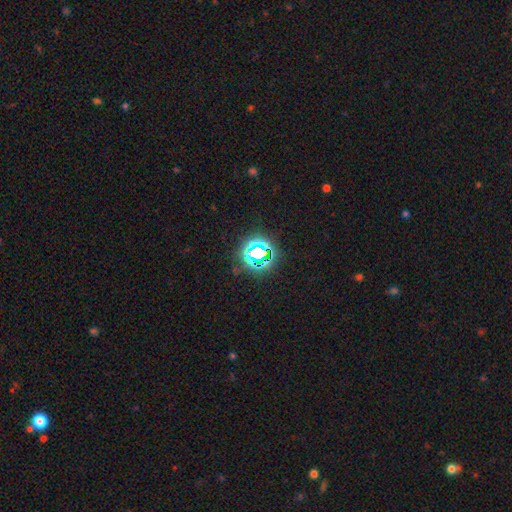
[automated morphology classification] Smooth or featured?
  - star or artifact: 79% *
  - smooth: 14%
  - featured or disk: 6%